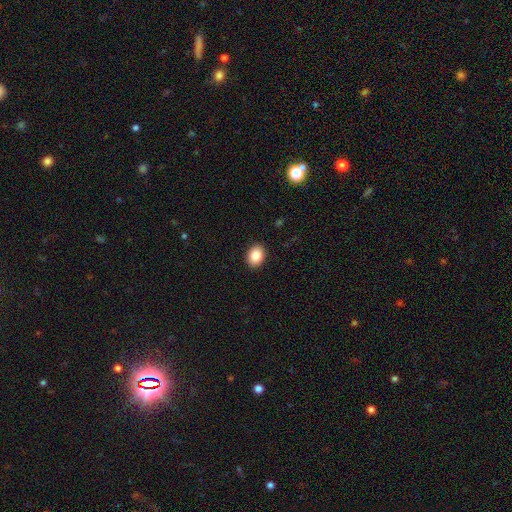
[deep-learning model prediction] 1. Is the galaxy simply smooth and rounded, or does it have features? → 87% smooth, 8% star or artifact, 6% featured or disk.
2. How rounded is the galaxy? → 65% in between, 34% round, 1% cigar-shaped.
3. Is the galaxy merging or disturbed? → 91% none, 6% minor disturbance, 2% major disturbance, 1% merger.